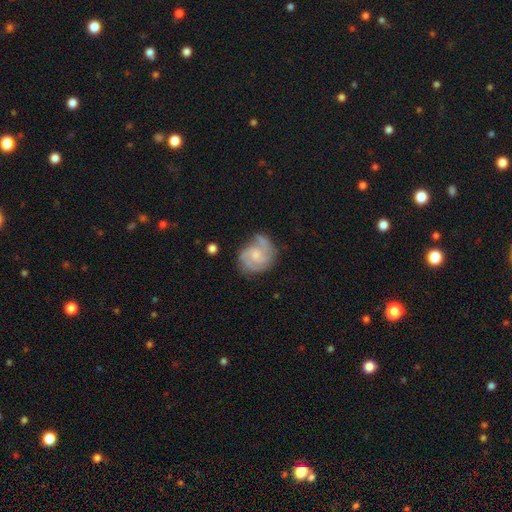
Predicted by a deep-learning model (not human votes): smooth_or_featured: featured or disk (p=0.77) [alt: smooth p=0.17]
disk_edge_on: no (p=0.98) [alt: yes p=0.02]
bar: no (p=0.65) [alt: weak p=0.31]
has_spiral_arms: yes (p=0.94) [alt: no p=0.06]
spiral_winding: tight (p=0.45) [alt: medium p=0.43]
spiral_arm_count: 3 (p=0.35) [alt: 2 p=0.34]
bulge_size: moderate (p=0.42) [alt: small p=0.41]
merging: none (p=0.61) [alt: minor disturbance p=0.24]